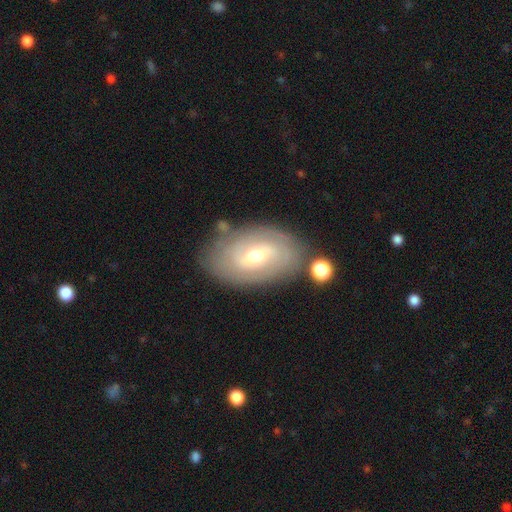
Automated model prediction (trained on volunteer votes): This appears to be a featured or disk galaxy (73%) with a weak bar (49%), 2 (46%) tight (59%) spiral arms (81%) and a moderate central bulge (64%). Merging: none (76%).